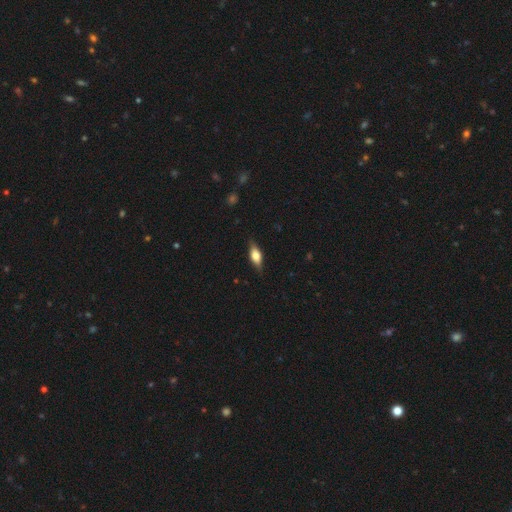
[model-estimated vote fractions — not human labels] A smooth galaxy with no disk features (60%) that is in between round and cigar-shaped (73%).

Vote fractions:
- Smooth or featured? smooth: 60% / featured or disk: 33% / star or artifact: 7%
- How rounded? in between: 73% / cigar-shaped: 23% / round: 4%
- Merging? none: 83% / minor disturbance: 14% / major disturbance: 3% / merger: 1%